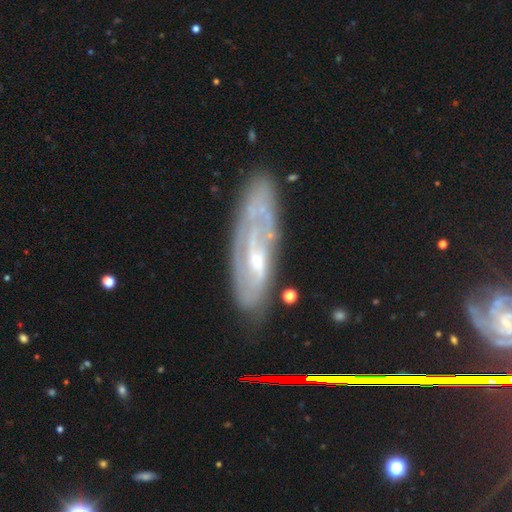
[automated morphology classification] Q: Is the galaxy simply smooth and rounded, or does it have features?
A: featured or disk — 72%.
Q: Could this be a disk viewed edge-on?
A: no — 73%.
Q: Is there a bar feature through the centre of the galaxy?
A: no — 48%.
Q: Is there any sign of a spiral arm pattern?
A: yes — 79%.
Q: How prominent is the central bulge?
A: small — 47%.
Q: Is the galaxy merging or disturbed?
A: none — 70%.